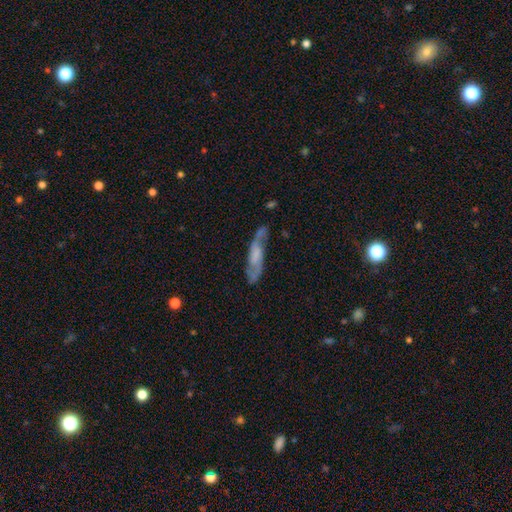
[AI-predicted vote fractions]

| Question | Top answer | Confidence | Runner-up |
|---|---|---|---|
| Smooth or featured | featured or disk | 70% | smooth (24%) |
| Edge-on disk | no | 73% | yes (27%) |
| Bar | no | 48% | weak (38%) |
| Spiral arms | yes | 90% | no (10%) |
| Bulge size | none | 35% | small (25%) |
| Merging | none | 68% | minor disturbance (20%) |